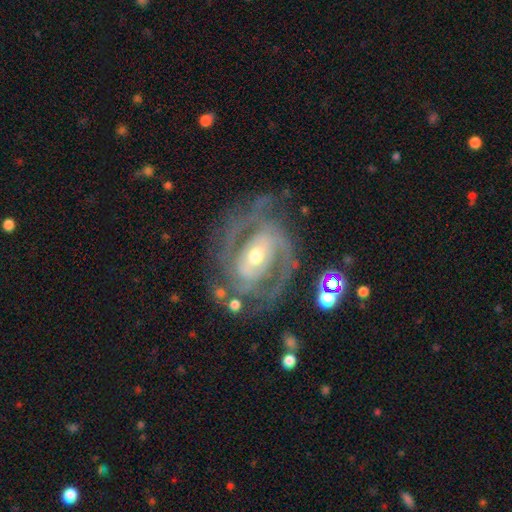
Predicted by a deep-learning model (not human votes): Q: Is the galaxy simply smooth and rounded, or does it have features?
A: featured or disk — 88%.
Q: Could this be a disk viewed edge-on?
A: no — 97%.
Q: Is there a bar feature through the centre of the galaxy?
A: weak — 39%.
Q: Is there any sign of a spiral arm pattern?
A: yes — 89%.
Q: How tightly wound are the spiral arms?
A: tight — 47%.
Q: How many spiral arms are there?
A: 2 — 58%.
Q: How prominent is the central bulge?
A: moderate — 65%.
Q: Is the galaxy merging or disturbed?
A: none — 64%.